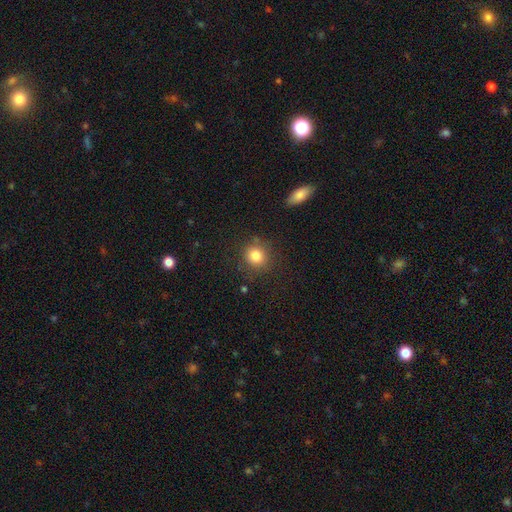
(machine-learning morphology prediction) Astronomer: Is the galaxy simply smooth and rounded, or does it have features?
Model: smooth — 83%.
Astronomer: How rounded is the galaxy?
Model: round — 86%.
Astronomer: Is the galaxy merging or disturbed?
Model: none — 83%.